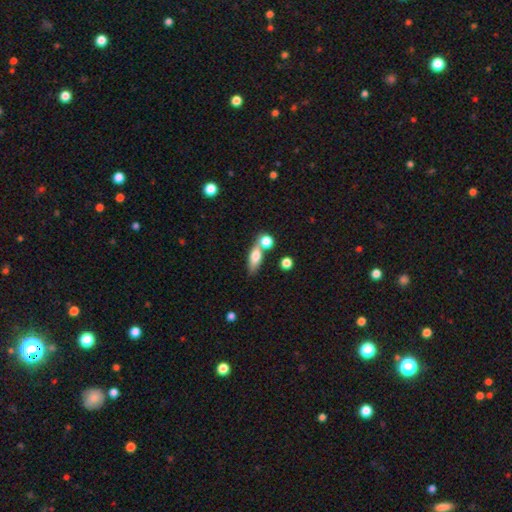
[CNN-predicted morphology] Q: Smooth or featured?
A: smooth (71%); runner-up: featured or disk (21%)
Q: How rounded?
A: in between (60%); runner-up: cigar-shaped (29%)
Q: Merging?
A: none (50%); runner-up: merger (33%)